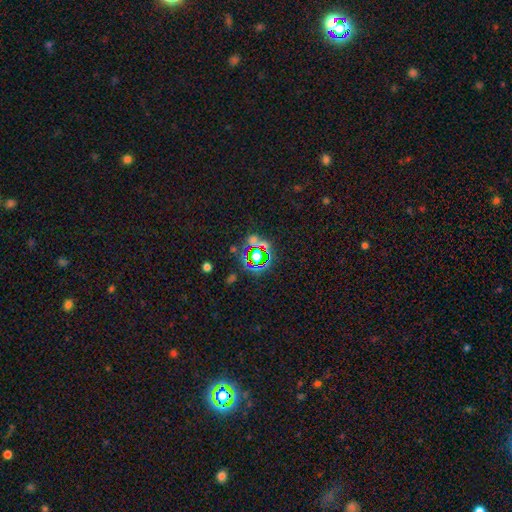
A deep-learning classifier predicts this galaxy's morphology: The model was most divided on "smooth or featured": star or artifact: 65%, smooth: 25%, featured or disk: 10%.